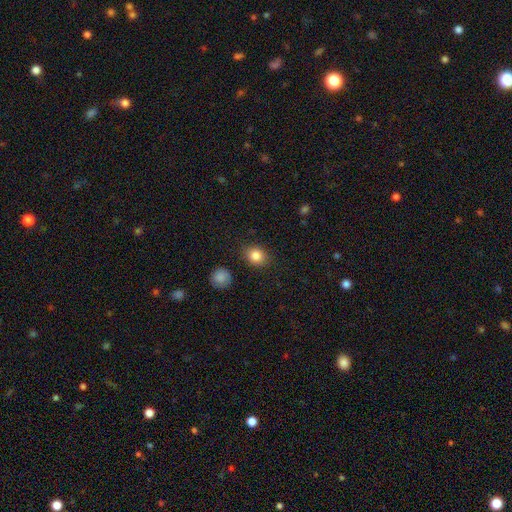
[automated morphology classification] A smooth galaxy with no disk features (85%) that is round (65%).

Vote fractions:
- Smooth or featured? smooth: 85% / star or artifact: 10% / featured or disk: 5%
- How rounded? round: 65% / in between: 34% / cigar-shaped: 1%
- Merging? none: 84% / minor disturbance: 11% / major disturbance: 3% / merger: 2%